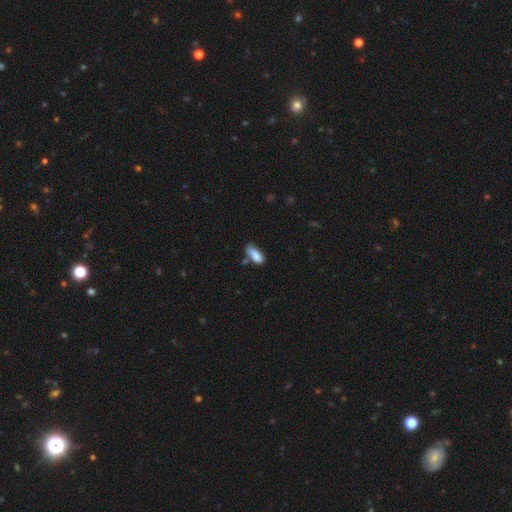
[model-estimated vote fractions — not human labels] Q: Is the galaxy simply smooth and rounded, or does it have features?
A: smooth — 84%.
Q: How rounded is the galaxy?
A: in between — 80%.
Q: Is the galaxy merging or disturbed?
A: none — 51%.